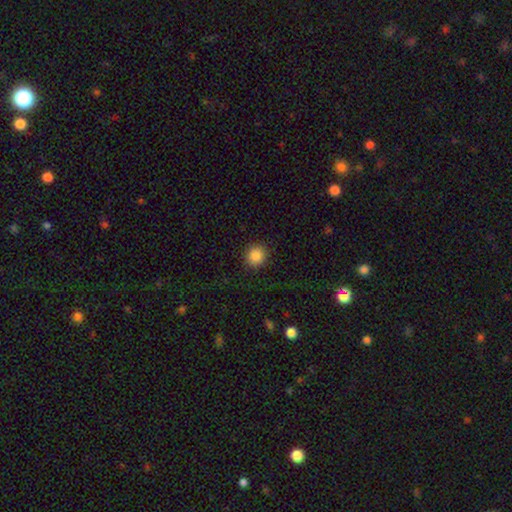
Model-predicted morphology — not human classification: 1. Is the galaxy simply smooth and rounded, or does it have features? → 87% smooth, 9% star or artifact, 4% featured or disk.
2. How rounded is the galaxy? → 88% round, 11% in between, 1% cigar-shaped.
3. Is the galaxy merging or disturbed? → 90% none, 7% minor disturbance, 2% major disturbance, 1% merger.